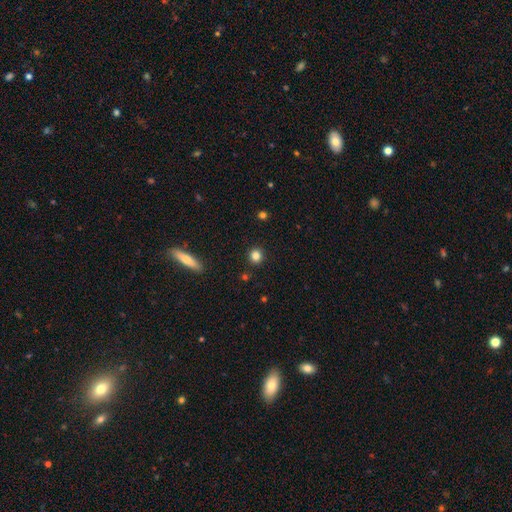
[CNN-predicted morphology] smooth-or-featured: smooth: 83% | star or artifact: 11% | featured or disk: 6%
  how-rounded: round: 90% | in between: 8% | cigar-shaped: 1%
  merging: none: 91% | minor disturbance: 6% | major disturbance: 2% | merger: 2%